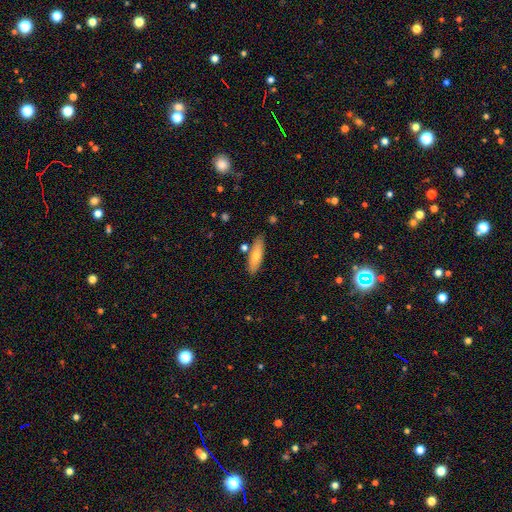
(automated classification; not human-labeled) Morphology: type=smooth (68%); roundness=in between (49%, tied with cigar-shaped); merging=none (81%).